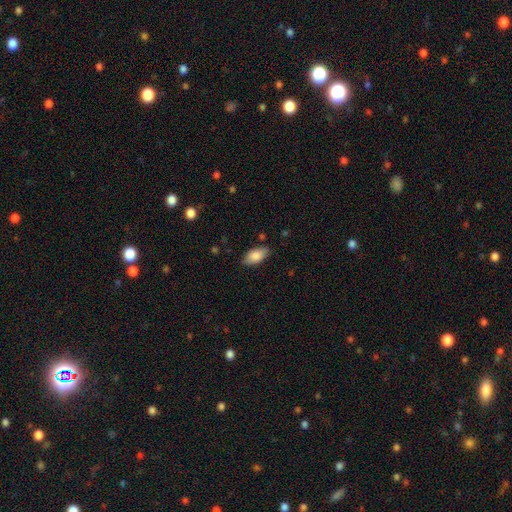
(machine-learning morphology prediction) Q: Smooth or featured?
A: smooth (83%); runner-up: featured or disk (10%)
Q: How rounded?
A: in between (91%); runner-up: cigar-shaped (6%)
Q: Merging?
A: none (82%); runner-up: minor disturbance (14%)